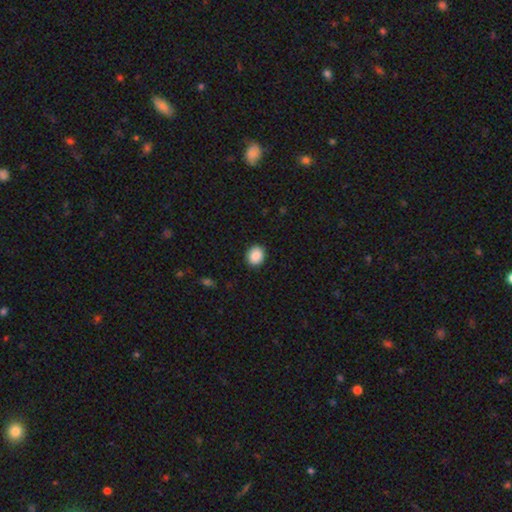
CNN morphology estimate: This appears to be a smooth galaxy with no disk features (89%) that is round (72%). Merging: none (91%).